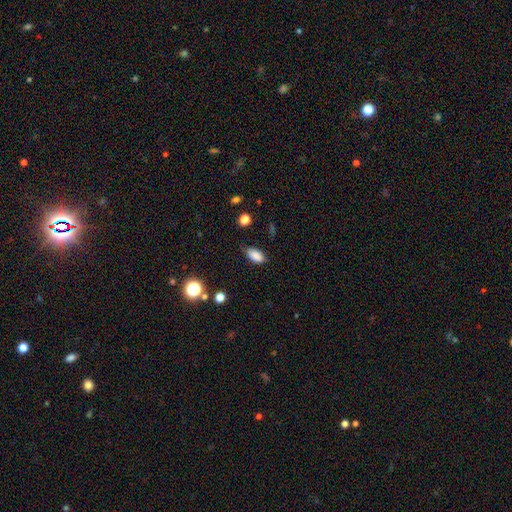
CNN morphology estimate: This is clearly a smooth galaxy (86%). How rounded: clearly in between (90%). Merging: likely none (68%).